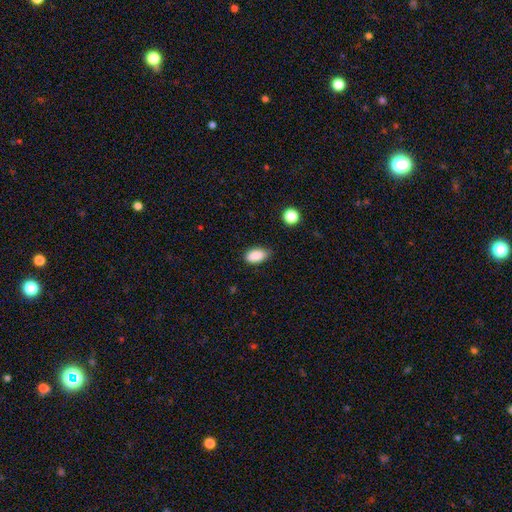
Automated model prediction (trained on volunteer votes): Smooth or featured?
  - smooth: 88% *
  - star or artifact: 8%
  - featured or disk: 4%
How rounded?
  - in between: 92% *
  - round: 6%
  - cigar-shaped: 2%
Merging?
  - none: 76% *
  - minor disturbance: 19%
  - major disturbance: 3%
  - merger: 1%